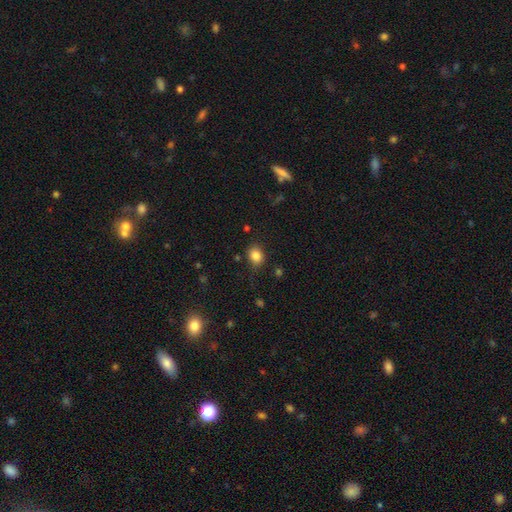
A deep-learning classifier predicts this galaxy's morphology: Overall: smooth (83%). How rounded: round (53%; in between 46%). Merging: none (79%).